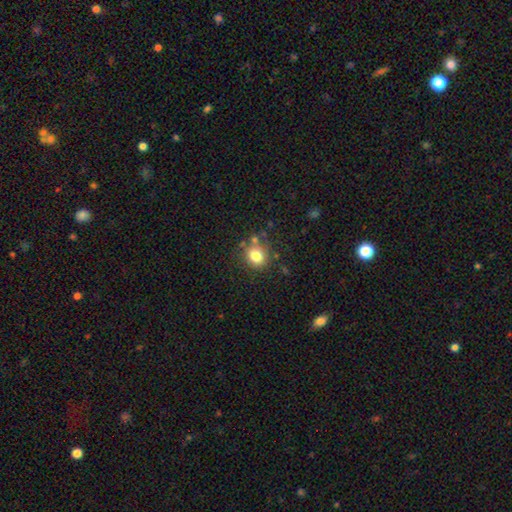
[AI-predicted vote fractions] Smooth or featured: smooth — 79% (star or artifact — 12%)
How rounded: round — 75% (in between — 24%)
Merging: none — 72% (minor disturbance — 14%)